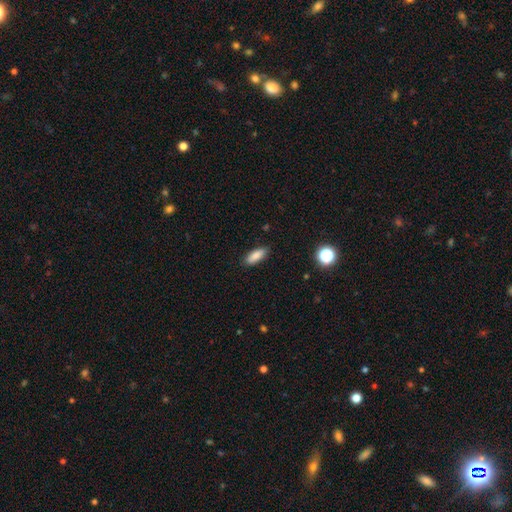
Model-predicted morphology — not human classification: Smooth or featured?
  - smooth: 85% *
  - star or artifact: 8%
  - featured or disk: 7%
How rounded?
  - in between: 66% *
  - cigar-shaped: 31%
  - round: 2%
Merging?
  - none: 87% *
  - minor disturbance: 10%
  - major disturbance: 2%
  - merger: 1%